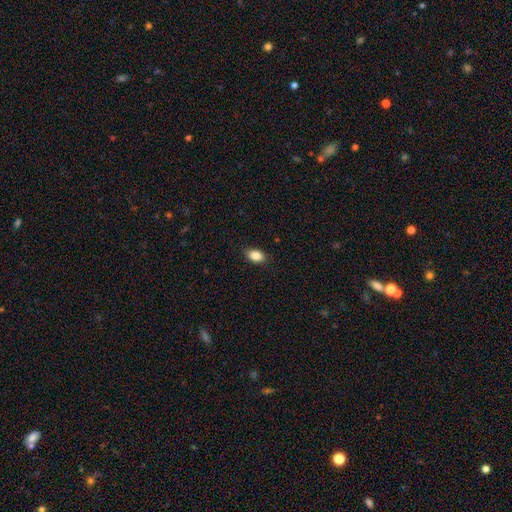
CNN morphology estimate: Smooth or featured? Predicted: smooth (p=0.87). How rounded? Predicted: in between (p=0.88). Merging? Predicted: none (p=0.87).